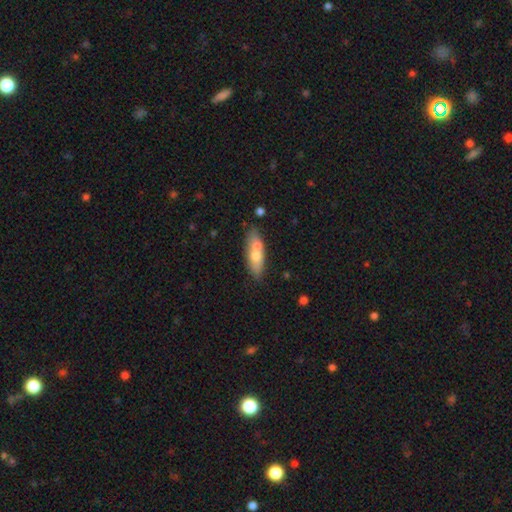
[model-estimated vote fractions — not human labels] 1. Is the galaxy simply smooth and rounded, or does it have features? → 62% smooth, 32% featured or disk, 7% star or artifact.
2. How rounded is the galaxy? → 56% in between, 41% cigar-shaped, 4% round.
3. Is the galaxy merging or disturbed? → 52% none, 30% merger, 13% minor disturbance, 4% major disturbance.